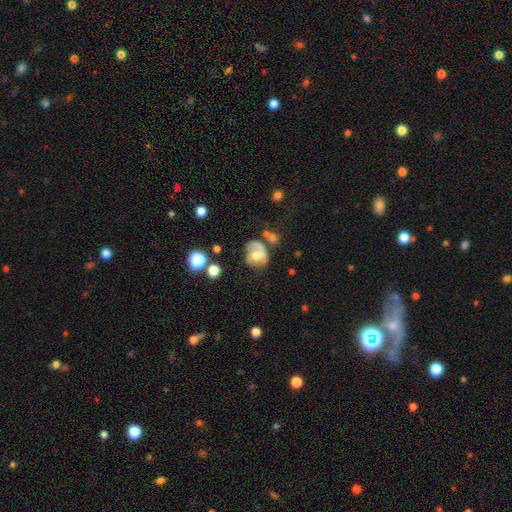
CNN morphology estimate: Smooth or featured? Predicted: smooth (p=0.48). Merging? Predicted: none (p=0.36).